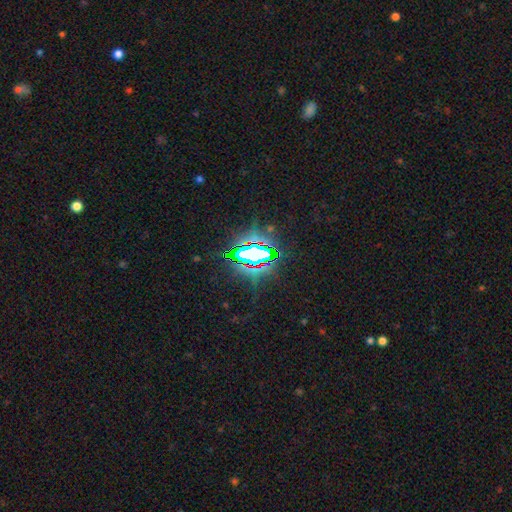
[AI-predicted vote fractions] Q: Smooth or featured?
A: star or artifact (75%); runner-up: smooth (14%)